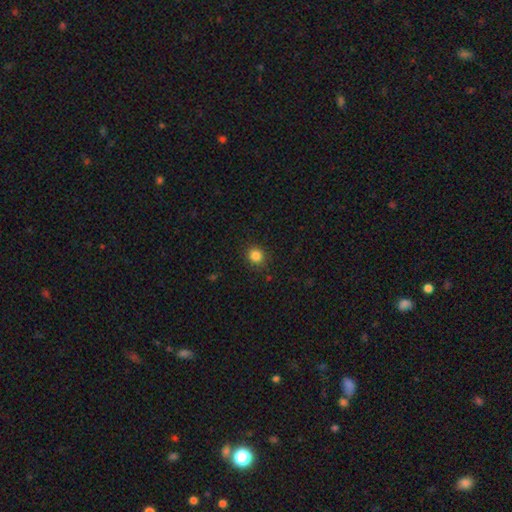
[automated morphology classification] This appears to be a smooth galaxy with no disk features (84%) that is round (84%). Merging: none (90%).